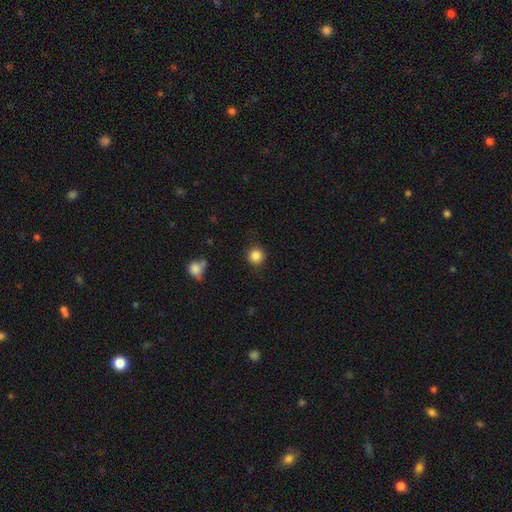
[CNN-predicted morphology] smooth-or-featured: smooth: 86% | star or artifact: 10% | featured or disk: 4%
  how-rounded: round: 94% | in between: 5% | cigar-shaped: 1%
  merging: none: 89% | minor disturbance: 7% | major disturbance: 3% | merger: 1%